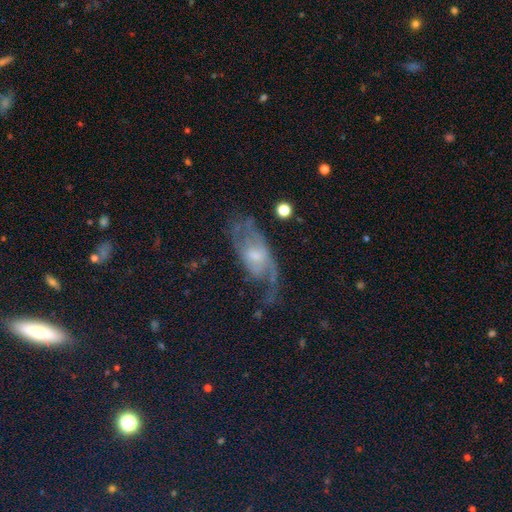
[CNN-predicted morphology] smooth_or_featured: featured or disk (p=0.69) [alt: smooth p=0.20]
disk_edge_on: no (p=0.90) [alt: yes p=0.10]
bar: no (p=0.56) [alt: weak p=0.37]
has_spiral_arms: yes (p=0.81) [alt: no p=0.19]
bulge_size: small (p=0.49) [alt: moderate p=0.39]
merging: none (p=0.50) [alt: major disturbance p=0.25]